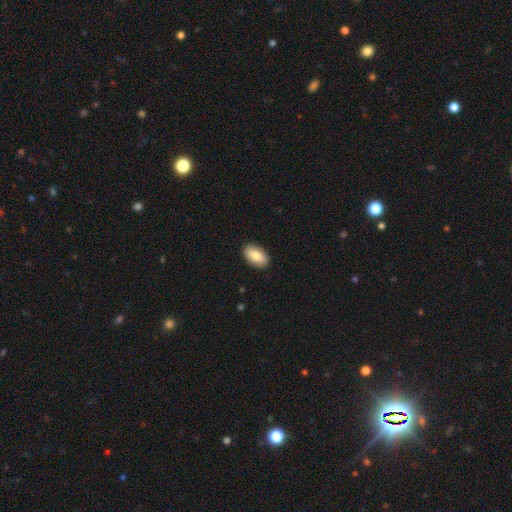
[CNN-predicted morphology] Smooth or featured? Predicted: smooth (p=0.84). How rounded? Predicted: in between (p=0.93). Merging? Predicted: none (p=0.90).